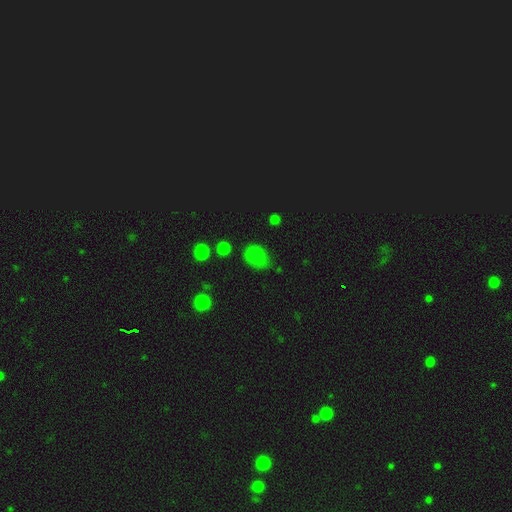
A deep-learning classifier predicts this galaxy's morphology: A smooth galaxy with no disk features (76%) that is in between round and cigar-shaped (69%).

Vote fractions:
- Smooth or featured? smooth: 76% / star or artifact: 18% / featured or disk: 7%
- How rounded? in between: 69% / round: 30% / cigar-shaped: 2%
- Merging? none: 61% / minor disturbance: 27% / major disturbance: 9% / merger: 4%